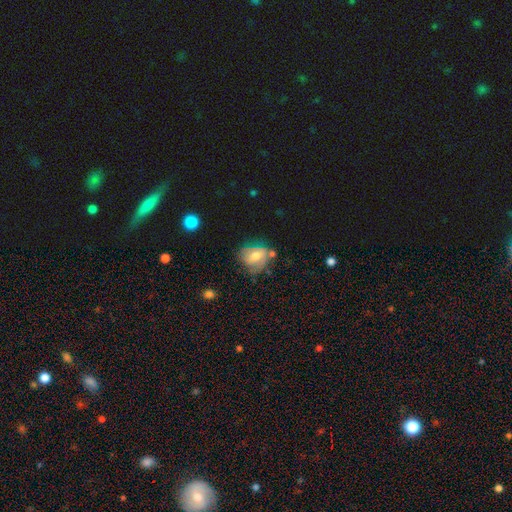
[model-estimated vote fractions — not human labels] Morphology: type=smooth (52%); roundness=in between (51%); merging=none (46%).